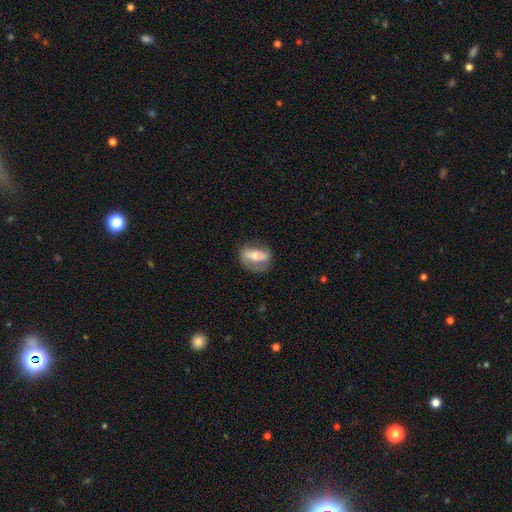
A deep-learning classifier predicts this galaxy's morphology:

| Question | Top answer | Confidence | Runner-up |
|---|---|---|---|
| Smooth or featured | featured or disk | 59% | smooth (34%) |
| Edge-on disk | no | 81% | yes (19%) |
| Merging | none | 71% | minor disturbance (19%) |